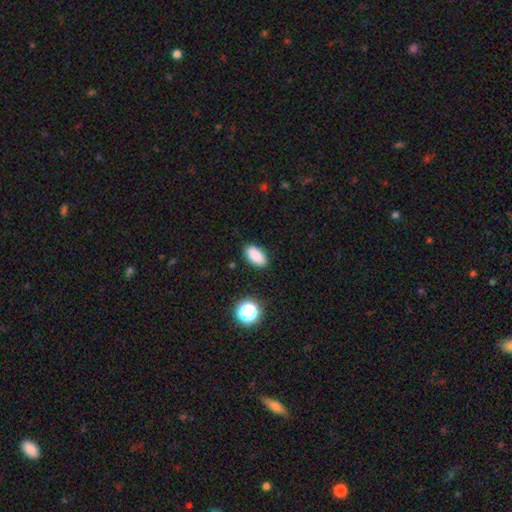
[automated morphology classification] This is clearly a smooth galaxy (87%). How rounded: clearly in between (91%). Merging: clearly none (88%).